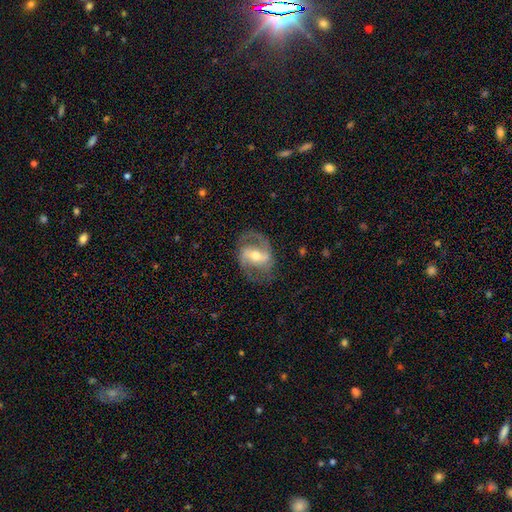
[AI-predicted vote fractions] Smooth or featured: featured or disk — 87% (smooth — 8%)
Edge-on disk: no — 97% (yes — 3%)
Bar: strong — 42% (weak — 41%)
Spiral arms: yes — 94% (no — 6%)
Spiral winding: medium — 54% (loose — 28%)
Spiral arm count: 2 — 90% (can't tell — 4%)
Bulge size: moderate — 62% (small — 31%)
Merging: none — 77% (minor disturbance — 14%)